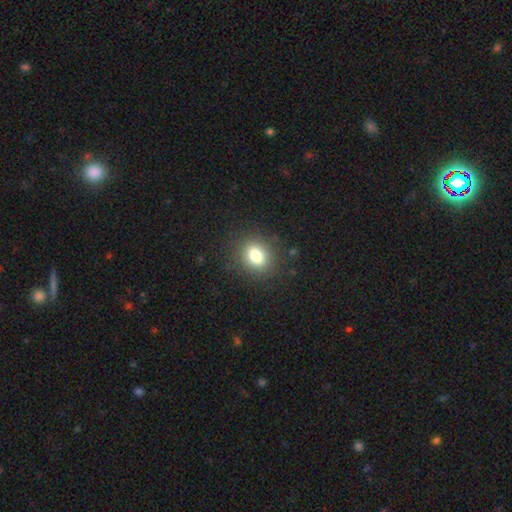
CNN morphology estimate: A smooth galaxy with no disk features (80%) that is round (55%).

Vote fractions:
- Smooth or featured? smooth: 80% / star or artifact: 12% / featured or disk: 8%
- How rounded? round: 55% / in between: 44% / cigar-shaped: 1%
- Merging? none: 87% / minor disturbance: 9% / major disturbance: 4% / merger: 1%